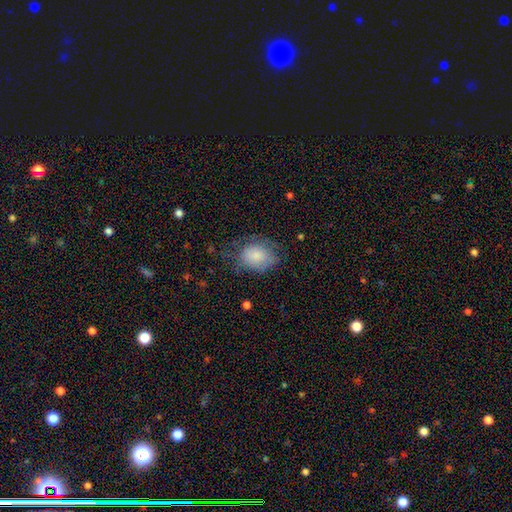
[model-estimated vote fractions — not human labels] This is likely a smooth galaxy (78%). How rounded: likely in between (68%). Merging: possibly none (52%).